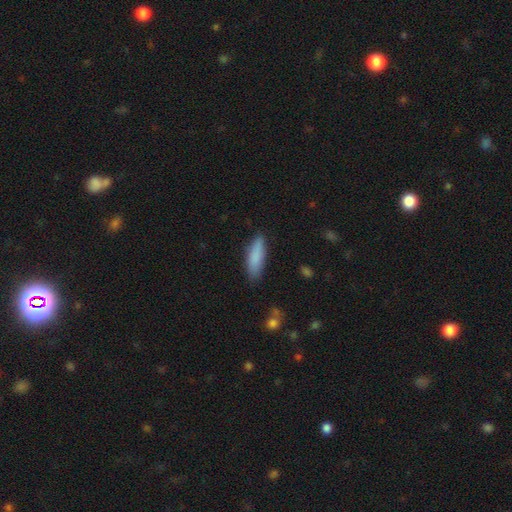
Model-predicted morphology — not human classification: type=smooth (86%); roundness=cigar-shaped (52%); merging=none (83%).